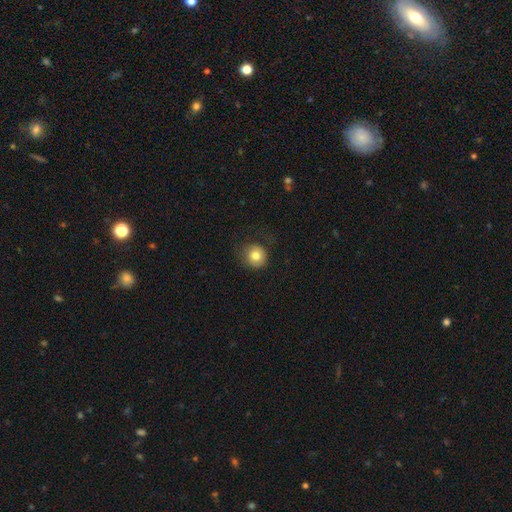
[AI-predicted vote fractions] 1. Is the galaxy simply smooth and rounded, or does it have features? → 80% smooth, 10% featured or disk, 10% star or artifact.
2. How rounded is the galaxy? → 90% round, 9% in between, 1% cigar-shaped.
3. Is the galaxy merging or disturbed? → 71% none, 19% minor disturbance, 9% major disturbance, 1% merger.